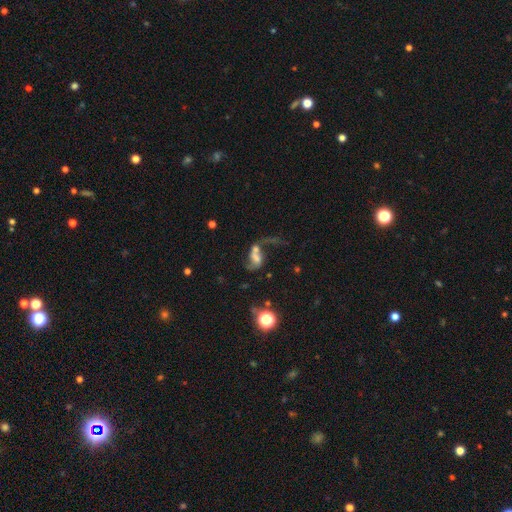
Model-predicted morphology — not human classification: type=featured or disk (57%); edge-on=no (96%); bar=no (53%); spiral arms=yes (72%); bulge=none (32%); merging=merger (47%).